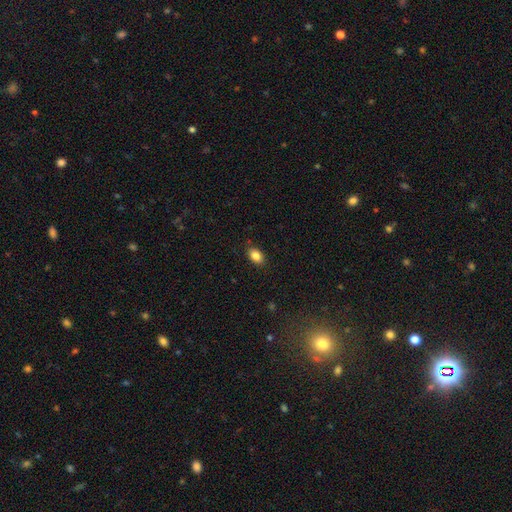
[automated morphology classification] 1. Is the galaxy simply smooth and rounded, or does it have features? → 86% smooth, 9% star or artifact, 6% featured or disk.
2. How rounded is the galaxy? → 87% in between, 12% round, 1% cigar-shaped.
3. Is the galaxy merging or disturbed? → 87% none, 10% minor disturbance, 2% major disturbance, 1% merger.